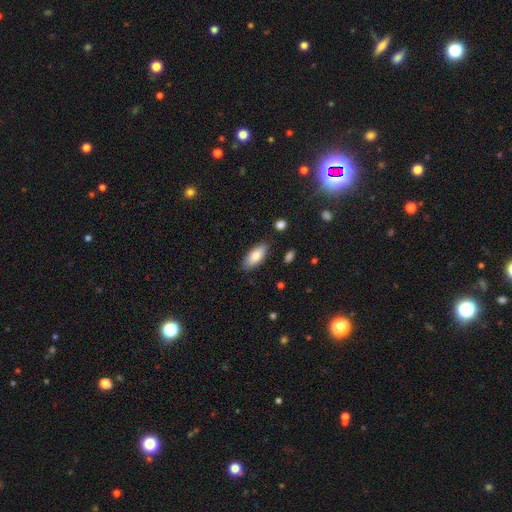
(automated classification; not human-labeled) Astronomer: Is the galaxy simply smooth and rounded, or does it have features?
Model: smooth — 80%.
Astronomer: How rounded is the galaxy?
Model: in between — 85%.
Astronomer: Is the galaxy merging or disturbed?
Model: none — 85%.